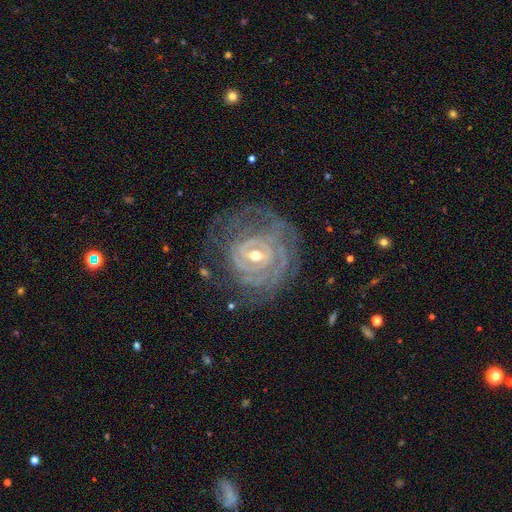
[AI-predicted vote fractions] featured or disk 88%, smooth 6%, star or artifact 6%. Down the decision tree: edge-on disk — no (97%); bar — weak (43%); spiral arms — yes (94%); spiral arm count — can't tell (39%); spiral winding — tight (81%); bulge size — moderate (52%); merging — none (64%).